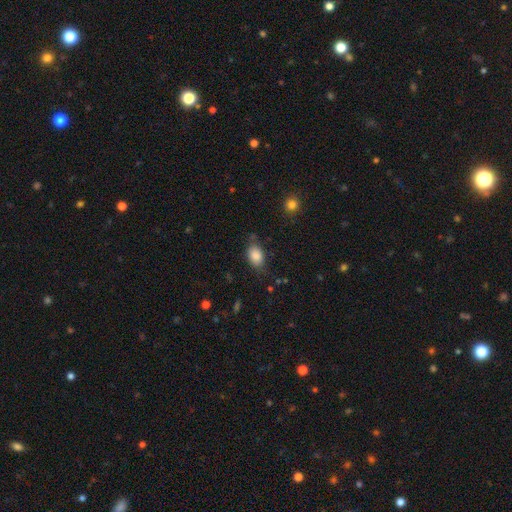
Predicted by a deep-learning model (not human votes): A smooth galaxy with no disk features (86%) that is in between round and cigar-shaped (85%). Merging: none (71%).